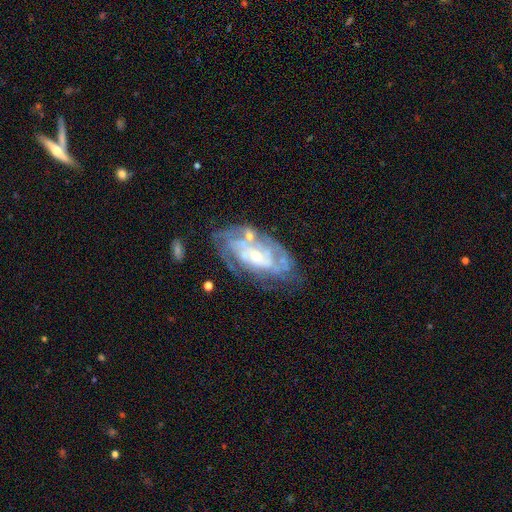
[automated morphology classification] Q: Smooth or featured?
A: featured or disk (81%); runner-up: smooth (12%)
Q: Edge-on disk?
A: no (94%); runner-up: yes (6%)
Q: Bar?
A: no (67%); runner-up: weak (26%)
Q: Spiral arms?
A: yes (85%); runner-up: no (15%)
Q: Spiral winding?
A: tight (64%); runner-up: medium (28%)
Q: Spiral arm count?
A: can't tell (50%); runner-up: 2 (15%)
Q: Bulge size?
A: small (63%); runner-up: moderate (30%)
Q: Merging?
A: none (62%); runner-up: minor disturbance (21%)